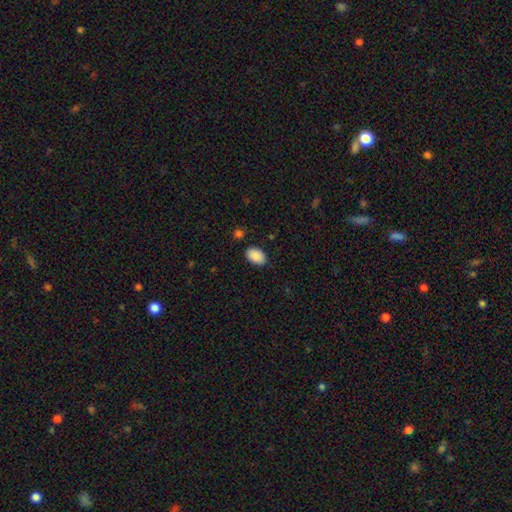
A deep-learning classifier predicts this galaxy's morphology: Smooth or featured? smooth (90%)
How rounded? in between (90%)
Merging? none (85%)